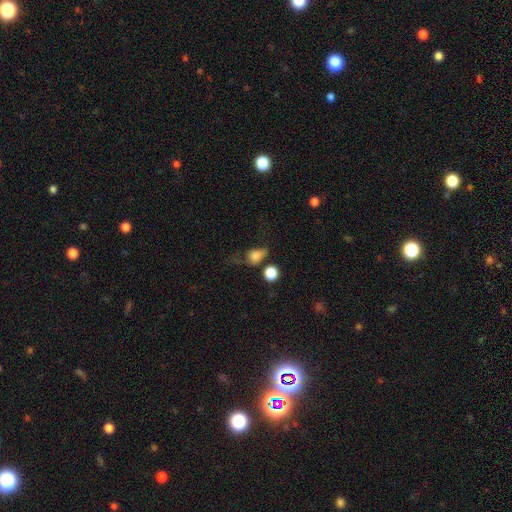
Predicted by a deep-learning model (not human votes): Smooth or featured: smooth — 72% (featured or disk — 15%)
How rounded: in between — 48% (tied with round — 48%)
Merging: none — 32% (tied with major disturbance — 32%)